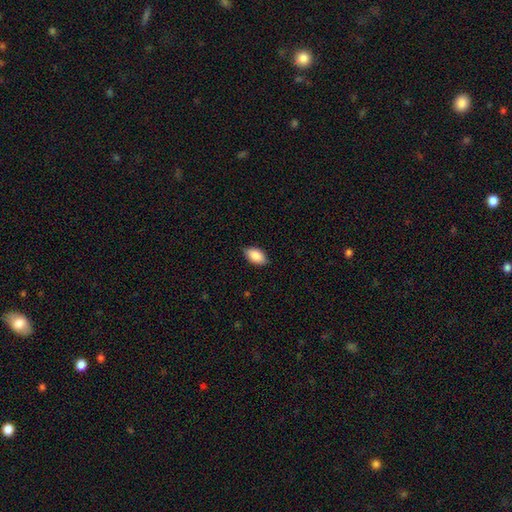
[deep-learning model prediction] This is clearly a smooth galaxy (88%). How rounded: clearly in between (94%). Merging: clearly none (86%).